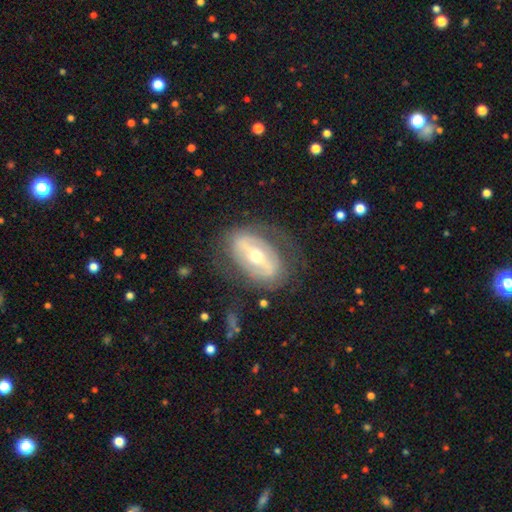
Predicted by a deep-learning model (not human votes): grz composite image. It shows a featured or disk galaxy (75%) with a strong bar (58%), spiral arms (52%) and a moderate central bulge (63%). Merging: none (68%).